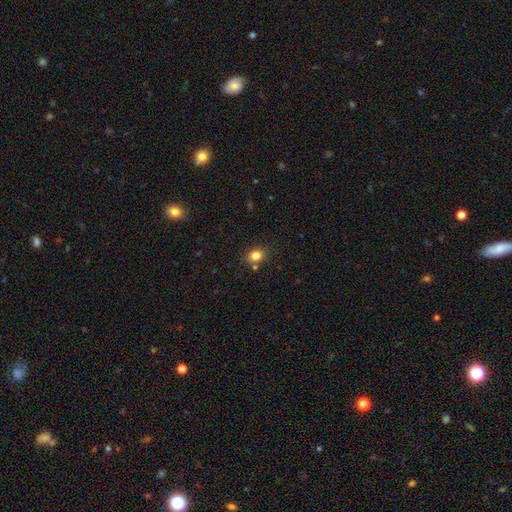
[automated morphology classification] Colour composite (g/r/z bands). It shows a smooth galaxy with no disk features (82%) that is in between round and cigar-shaped (52%). Merging: none (78%).